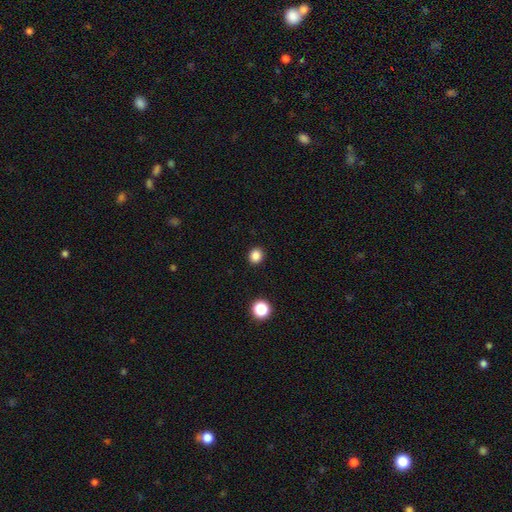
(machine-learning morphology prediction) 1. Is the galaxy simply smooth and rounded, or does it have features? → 85% smooth, 12% star or artifact, 3% featured or disk.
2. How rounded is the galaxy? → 81% round, 18% in between, 1% cigar-shaped.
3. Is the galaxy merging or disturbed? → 92% none, 5% minor disturbance, 2% major disturbance, 1% merger.